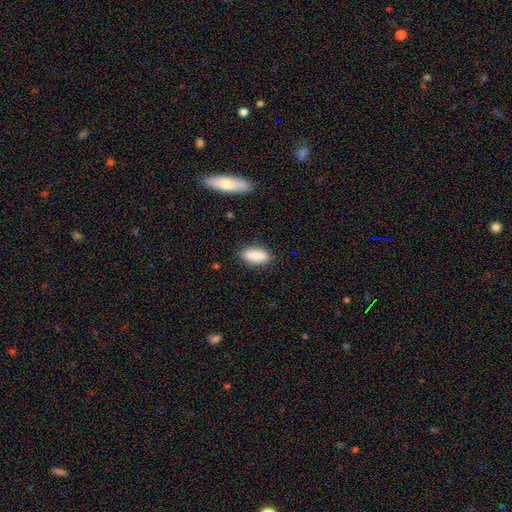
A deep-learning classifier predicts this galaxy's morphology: type=smooth (88%); roundness=in between (82%); merging=none (85%).